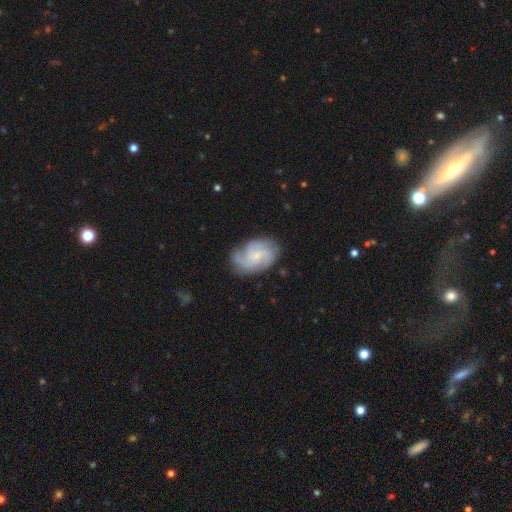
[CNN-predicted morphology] featured or disk 79%, smooth 15%, star or artifact 6%. Down the decision tree: edge-on disk — no (98%); bar — no (62%); spiral arms — yes (96%); spiral arm count — 3 (40%); spiral winding — medium (44%); bulge size — small (69%); merging — none (76%).